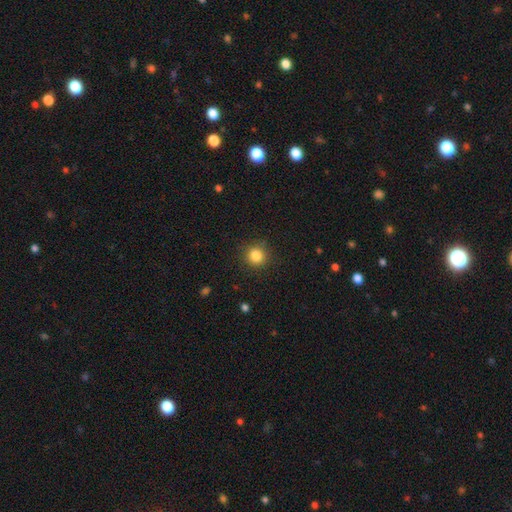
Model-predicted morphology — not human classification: smooth 84%, star or artifact 12%, featured or disk 5%. Down the decision tree: how rounded — round (92%); merging — none (89%).